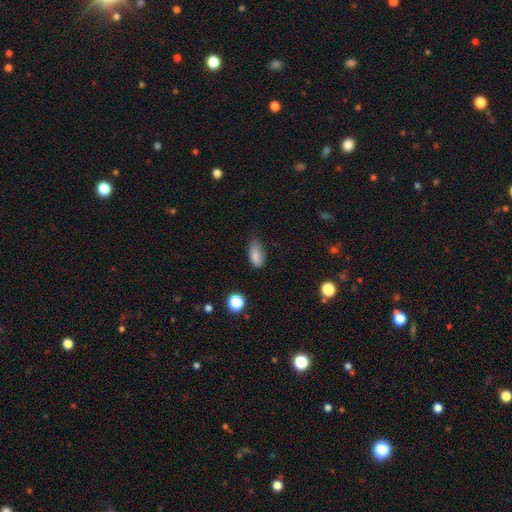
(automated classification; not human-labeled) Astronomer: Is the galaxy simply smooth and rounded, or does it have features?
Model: smooth — 83%.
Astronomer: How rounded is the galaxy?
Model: in between — 88%.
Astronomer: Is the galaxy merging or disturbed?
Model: none — 60%.